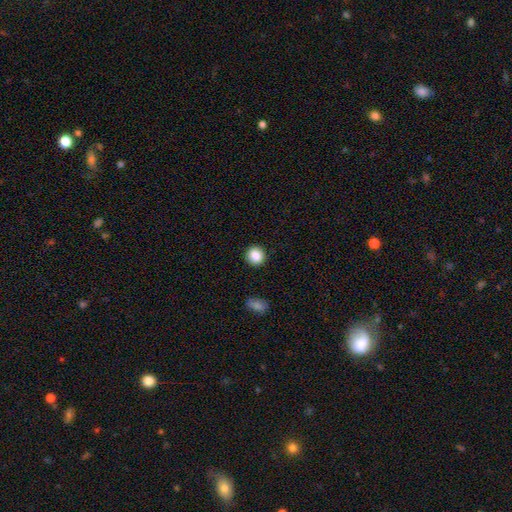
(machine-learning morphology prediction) smooth_or_featured: smooth (p=0.87) [alt: star or artifact p=0.09]
how_rounded: round (p=0.91) [alt: in between p=0.08]
merging: none (p=0.91) [alt: minor disturbance p=0.05]